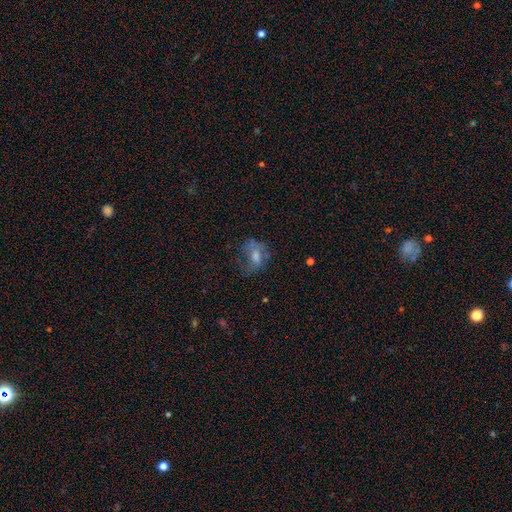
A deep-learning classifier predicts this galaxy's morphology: A featured or disk galaxy (44%). Merging: none (51%).